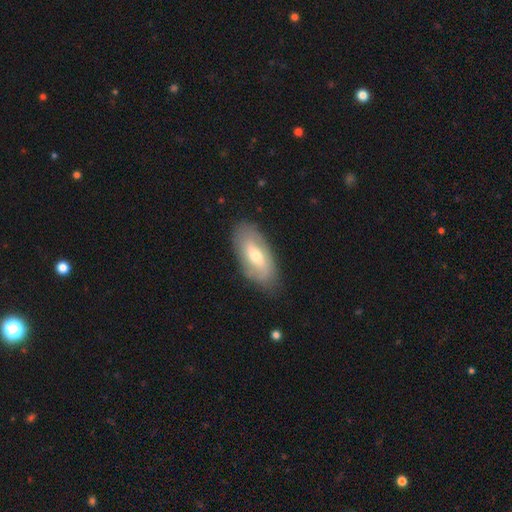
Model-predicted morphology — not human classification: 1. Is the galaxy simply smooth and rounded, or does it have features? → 49% featured or disk, 45% smooth, 6% star or artifact.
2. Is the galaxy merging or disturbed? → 81% none, 14% minor disturbance, 4% major disturbance, 1% merger.